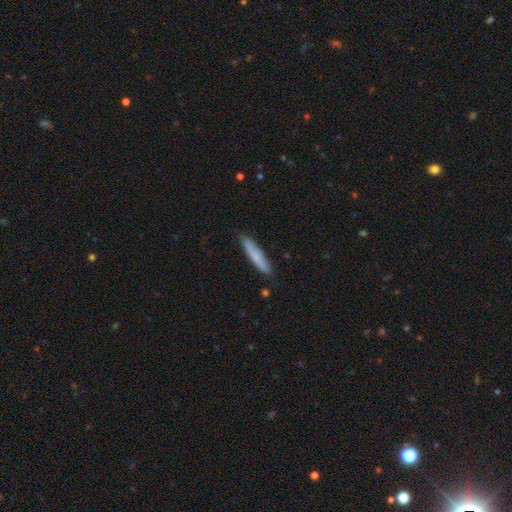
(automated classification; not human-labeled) Overall: smooth (72%). How rounded: cigar-shaped (92%). Merging: none (86%).